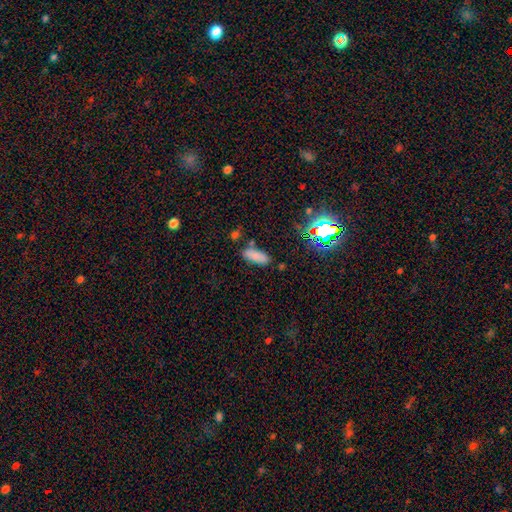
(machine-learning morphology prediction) Overall: smooth (79%). How rounded: in between (73%). Merging: none (73%).